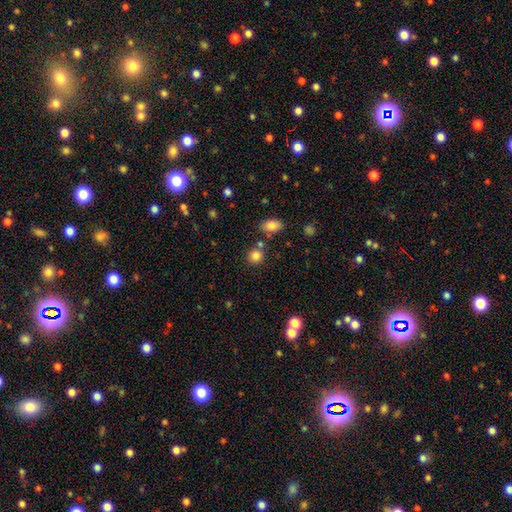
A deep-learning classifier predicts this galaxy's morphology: type=smooth (84%); roundness=round (83%); merging=none (75%).